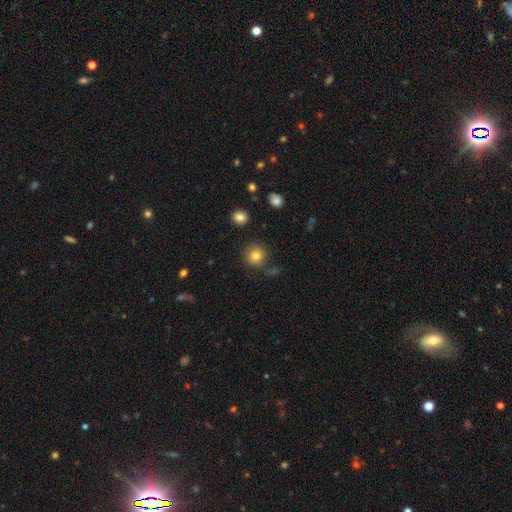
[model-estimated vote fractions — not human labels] The model was most divided on "smooth or featured": smooth: 81%, star or artifact: 11%, featured or disk: 8%. More confident: how rounded — round (92%); merging — none (82%).